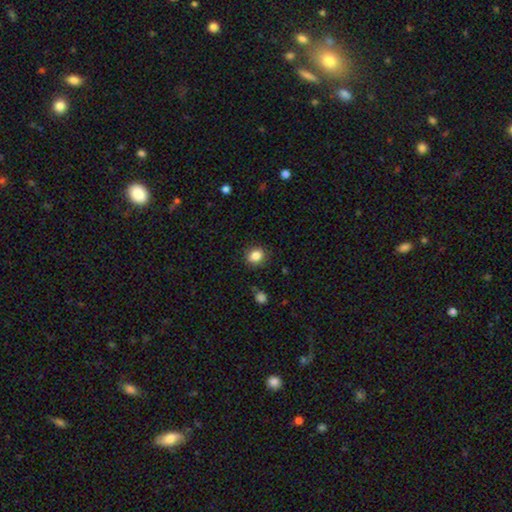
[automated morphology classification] smooth 85%, star or artifact 10%, featured or disk 5%. Down the decision tree: how rounded — round (68%); merging — none (87%).